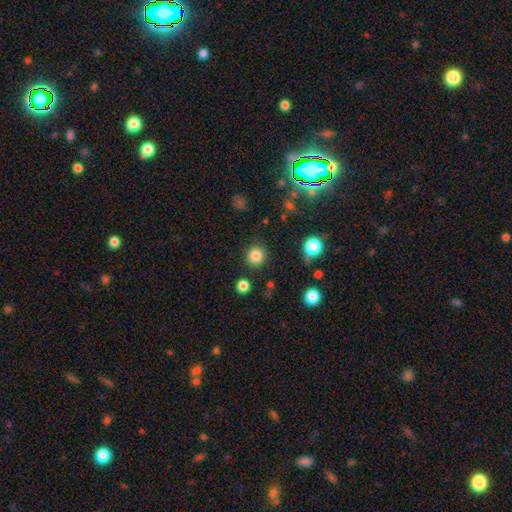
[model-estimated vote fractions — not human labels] The model was most divided on "smooth or featured": smooth: 84%, star or artifact: 11%, featured or disk: 5%. More confident: how rounded — round (93%); merging — none (88%).